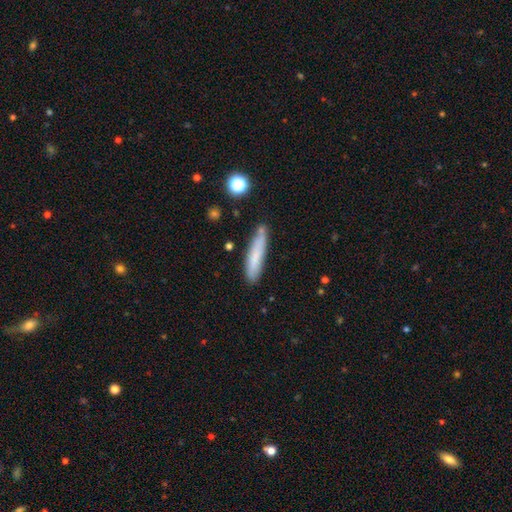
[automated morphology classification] smooth 75%, featured or disk 18%, star or artifact 7%. Down the decision tree: how rounded — cigar-shaped (87%); merging — none (76%).